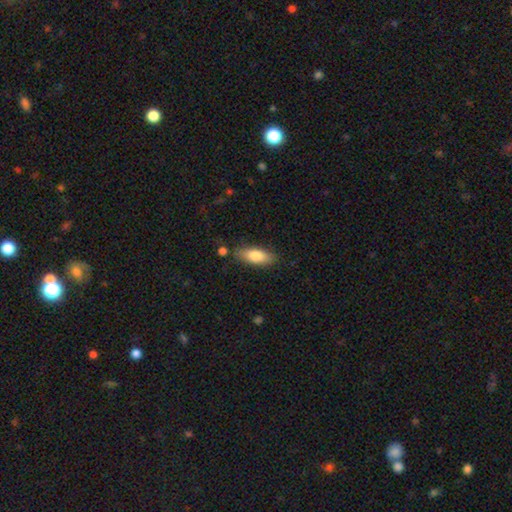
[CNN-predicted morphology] type=smooth (79%); roundness=in between (73%); merging=none (80%).